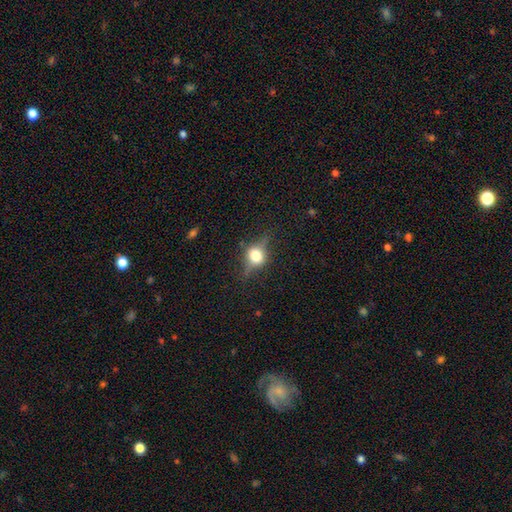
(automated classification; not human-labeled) Q: Smooth or featured?
A: smooth (45%); runner-up: featured or disk (43%)
Q: Merging?
A: none (73%); runner-up: minor disturbance (18%)